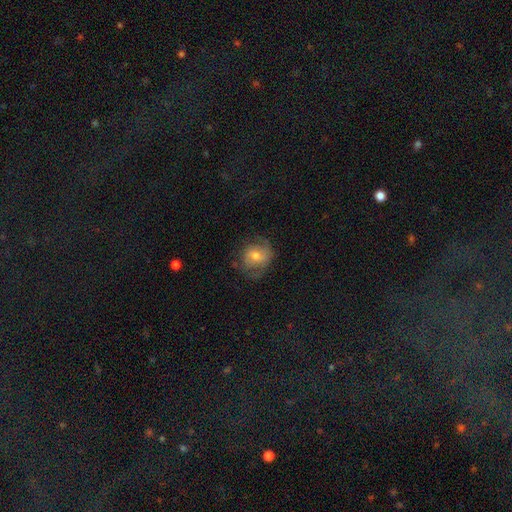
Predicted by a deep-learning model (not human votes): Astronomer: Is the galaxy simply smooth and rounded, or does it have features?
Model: featured or disk — 49% (runner-up: smooth, 41%).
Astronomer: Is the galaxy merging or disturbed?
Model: none — 62%.